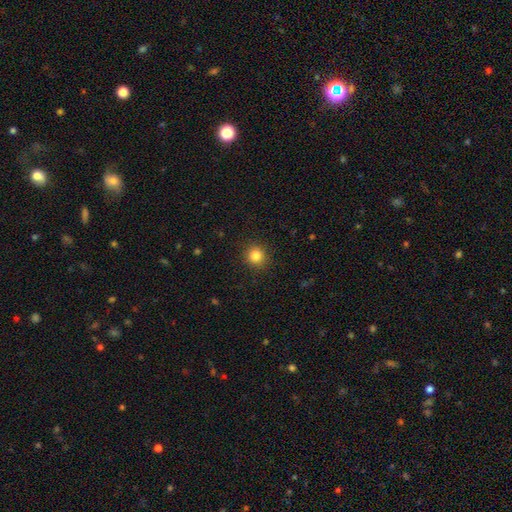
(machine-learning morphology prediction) This appears to be a smooth galaxy with no disk features (84%) that is round (90%). Merging: none (90%).